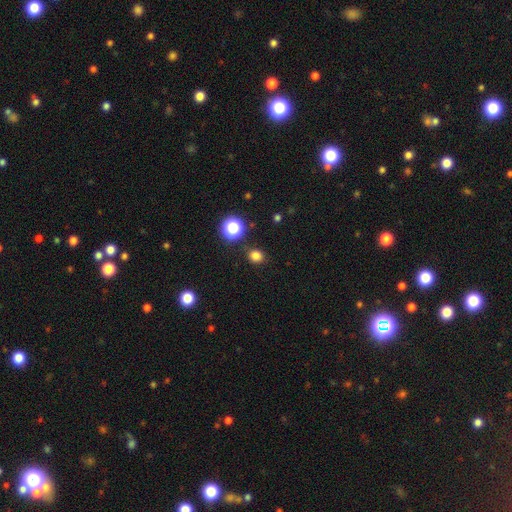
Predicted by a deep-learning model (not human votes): This is likely a smooth galaxy (79%). How rounded: likely round (77%). Merging: clearly none (86%).